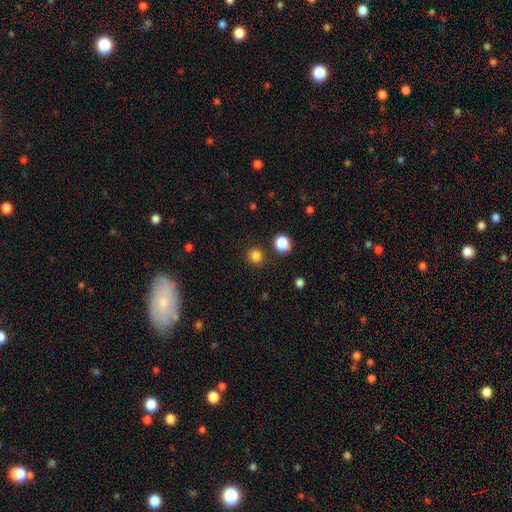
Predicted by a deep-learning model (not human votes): smooth-or-featured: smooth: 82% | star or artifact: 14% | featured or disk: 3%
  how-rounded: round: 91% | in between: 8% | cigar-shaped: 1%
  merging: none: 89% | minor disturbance: 6% | merger: 3% | major disturbance: 2%